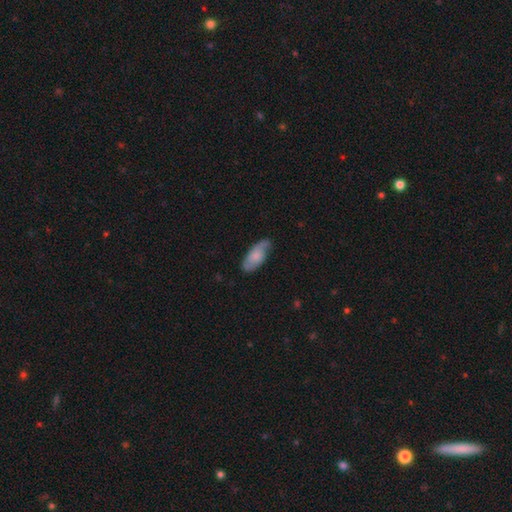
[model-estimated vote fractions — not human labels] Overall: smooth (59%; featured or disk 34%). How rounded: in between (84%). Merging: none (64%; minor disturbance 27%).